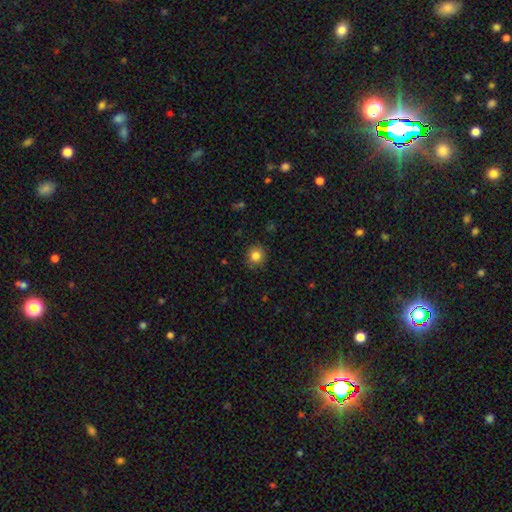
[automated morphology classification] A smooth galaxy with no disk features (84%) that is round (88%). Merging: none (88%).